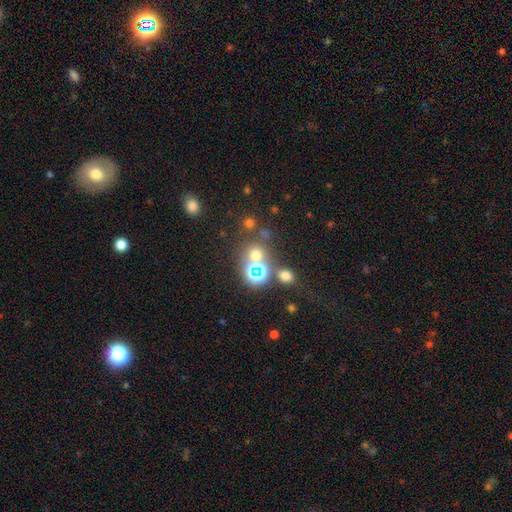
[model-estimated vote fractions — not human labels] Smooth or featured? Predicted: smooth (p=0.54). How rounded? Predicted: round (p=0.86). Merging? Predicted: none (p=0.68).